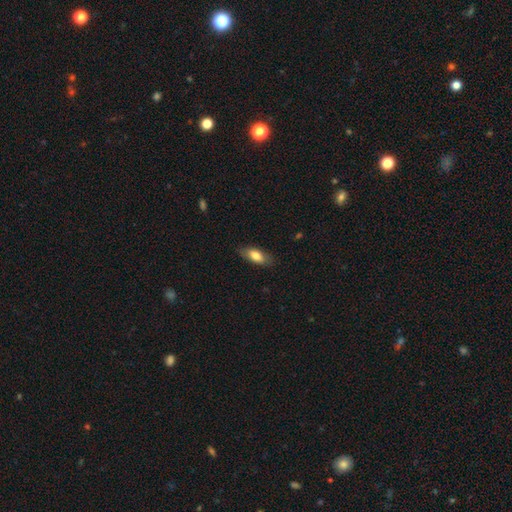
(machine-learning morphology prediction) Q: Smooth or featured?
A: smooth (76%); runner-up: featured or disk (17%)
Q: How rounded?
A: in between (82%); runner-up: cigar-shaped (16%)
Q: Merging?
A: none (82%); runner-up: minor disturbance (14%)